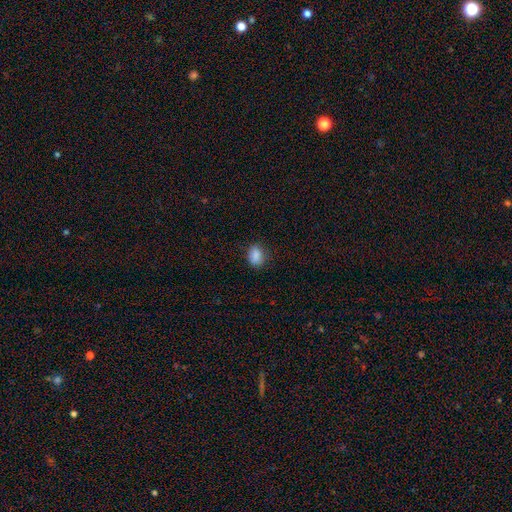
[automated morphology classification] A smooth galaxy with no disk features (87%) that is in between round and cigar-shaped (72%). Merging: none (78%).